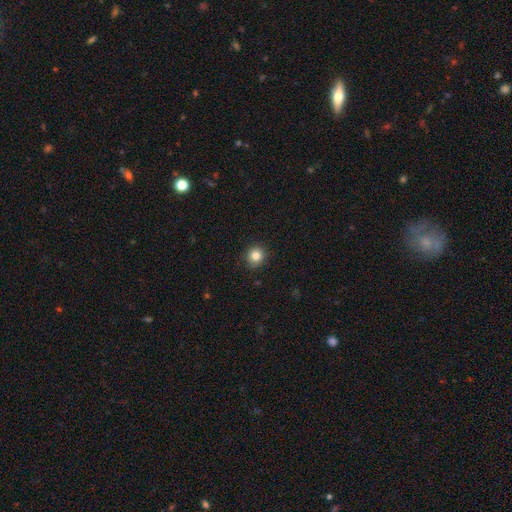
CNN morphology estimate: Smooth or featured?
  - smooth: 83% *
  - star or artifact: 11%
  - featured or disk: 5%
How rounded?
  - round: 90% *
  - in between: 9%
  - cigar-shaped: 1%
Merging?
  - none: 90% *
  - minor disturbance: 7%
  - major disturbance: 2%
  - merger: 1%